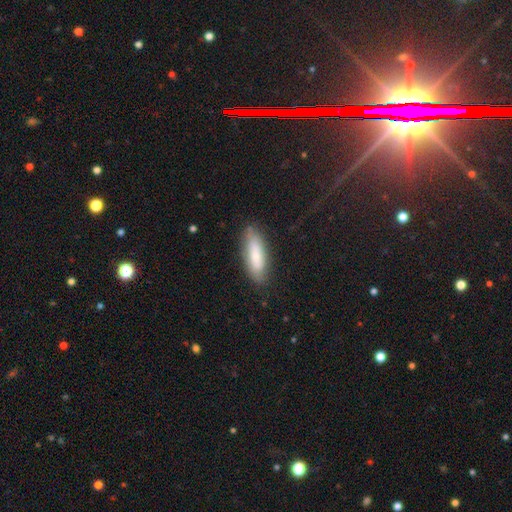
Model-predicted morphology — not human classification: Q: Smooth or featured?
A: smooth (71%); runner-up: featured or disk (22%)
Q: How rounded?
A: in between (61%); runner-up: cigar-shaped (37%)
Q: Merging?
A: none (79%); runner-up: minor disturbance (16%)